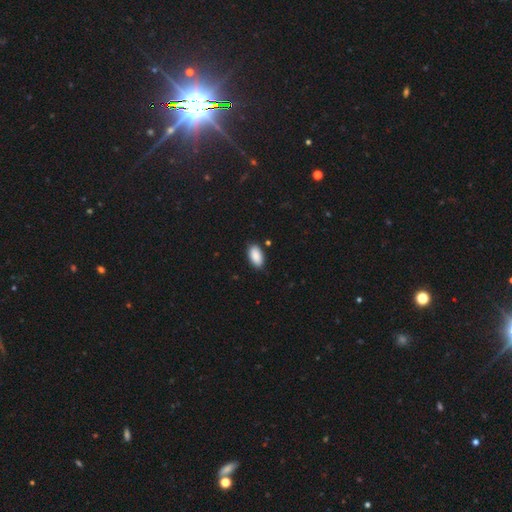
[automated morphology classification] smooth 90%, star or artifact 7%, featured or disk 3%. Down the decision tree: how rounded — in between (94%); merging — none (85%).